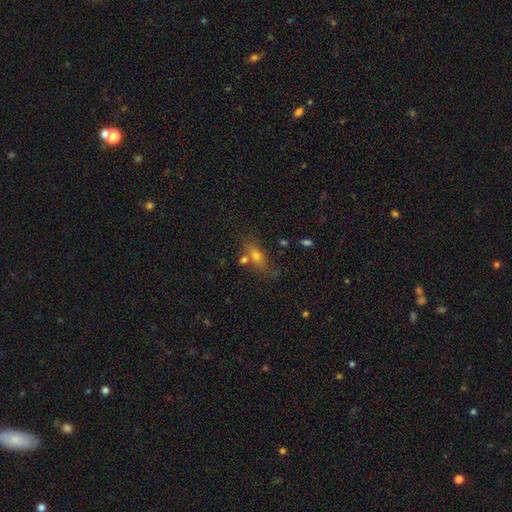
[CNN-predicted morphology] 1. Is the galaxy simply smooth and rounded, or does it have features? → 58% smooth, 26% featured or disk, 16% star or artifact.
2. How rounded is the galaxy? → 64% in between, 26% cigar-shaped, 10% round.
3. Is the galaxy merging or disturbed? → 59% none, 17% merger, 17% minor disturbance, 7% major disturbance.